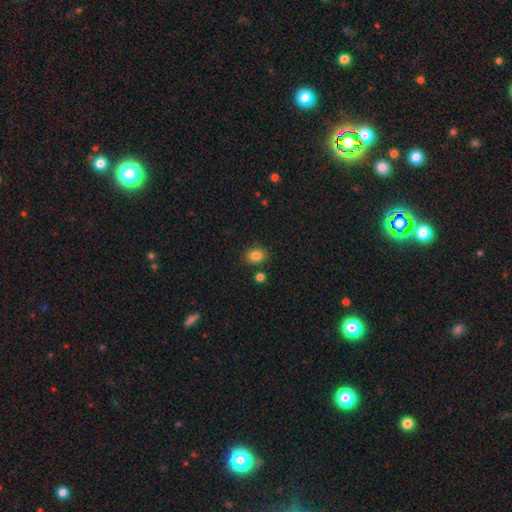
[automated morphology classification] This appears to be a smooth galaxy with no disk features (84%) that is in between round and cigar-shaped (64%). Merging: none (82%).